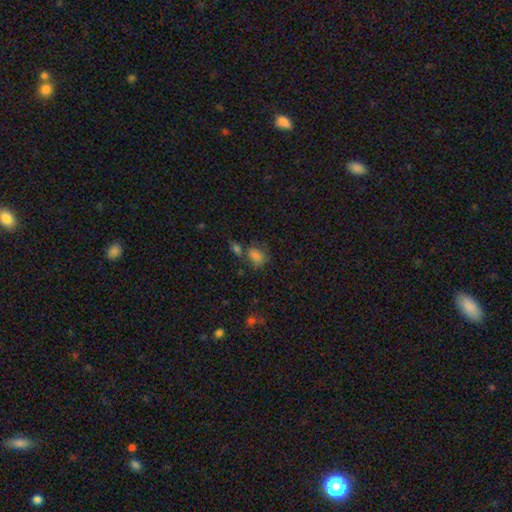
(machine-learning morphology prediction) This appears to be a smooth galaxy with no disk features (74%) that is in between round and cigar-shaped (66%). Merging: none (48%).